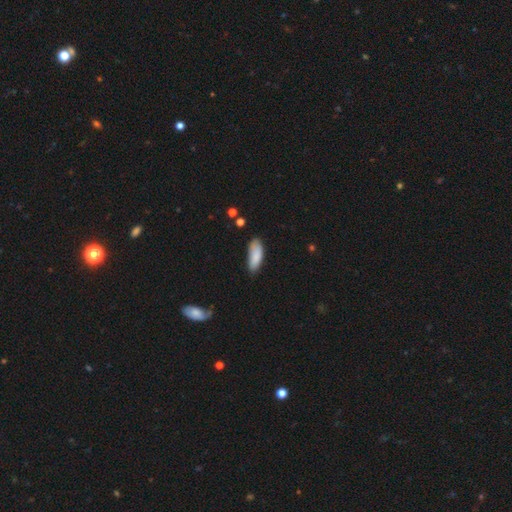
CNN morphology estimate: Smooth or featured?
  - smooth: 87% *
  - featured or disk: 7%
  - star or artifact: 6%
How rounded?
  - in between: 74% *
  - cigar-shaped: 25%
  - round: 2%
Merging?
  - none: 68% *
  - minor disturbance: 26%
  - major disturbance: 4%
  - merger: 2%